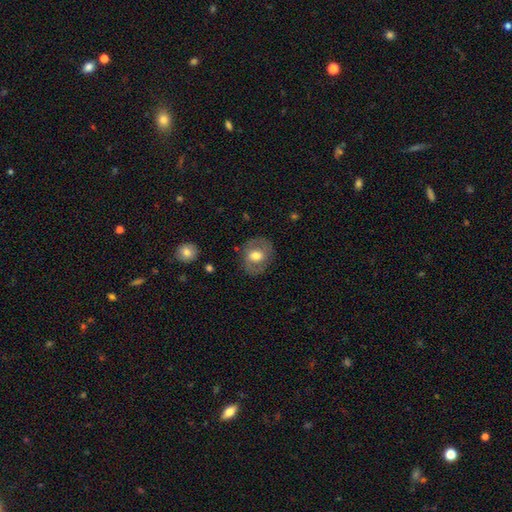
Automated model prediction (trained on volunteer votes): Smooth or featured? Predicted: smooth (p=0.52). How rounded? Predicted: round (p=0.60). Merging? Predicted: none (p=0.78).